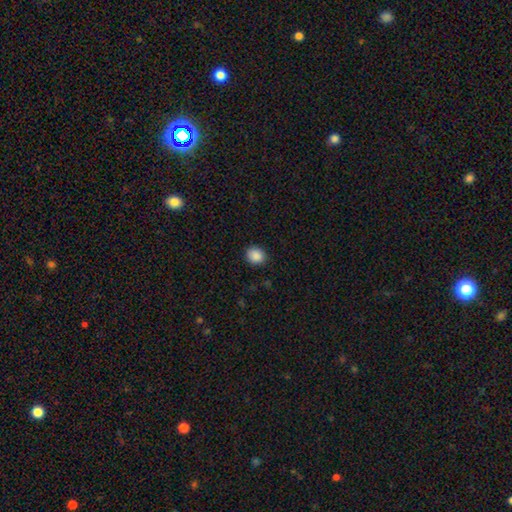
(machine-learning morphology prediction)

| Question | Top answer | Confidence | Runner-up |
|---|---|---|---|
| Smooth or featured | smooth | 88% | star or artifact (9%) |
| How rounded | round | 68% | in between (31%) |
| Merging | none | 90% | minor disturbance (7%) |